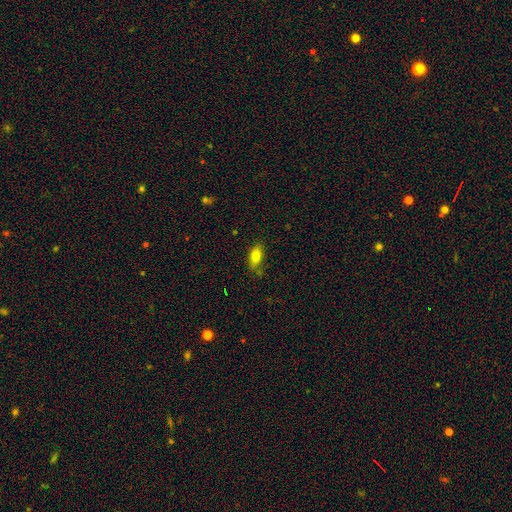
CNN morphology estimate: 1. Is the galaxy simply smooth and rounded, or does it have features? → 77% smooth, 14% featured or disk, 9% star or artifact.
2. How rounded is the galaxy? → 84% in between, 11% cigar-shaped, 5% round.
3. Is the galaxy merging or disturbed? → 75% none, 18% minor disturbance, 4% major disturbance, 3% merger.